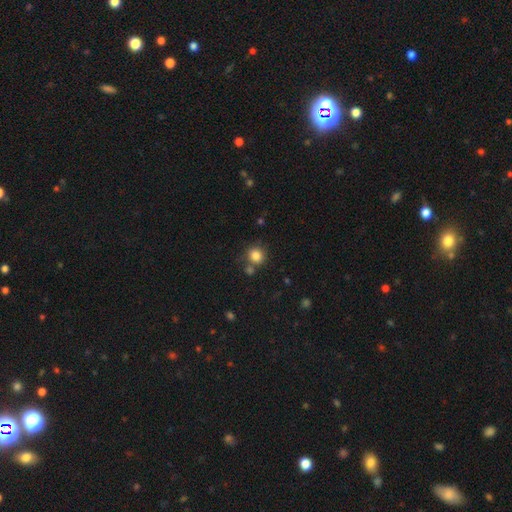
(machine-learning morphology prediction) smooth_or_featured: smooth (p=0.84) [alt: star or artifact p=0.11]
how_rounded: round (p=0.87) [alt: in between p=0.12]
merging: none (p=0.73) [alt: merger p=0.13]